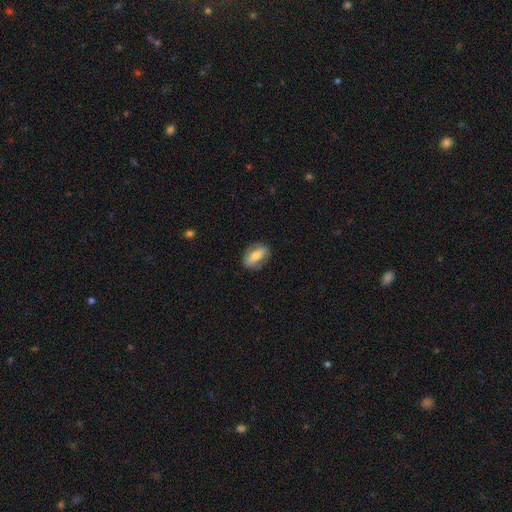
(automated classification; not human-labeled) This is possibly a smooth galaxy (59%). How rounded: clearly in between (84%). Merging: likely none (80%).